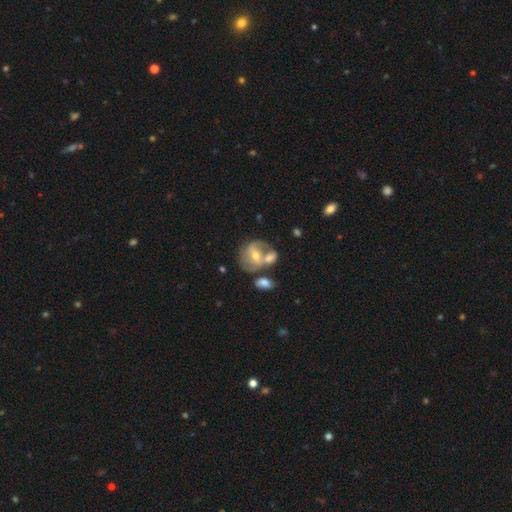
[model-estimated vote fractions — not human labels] This is likely a featured or disk galaxy (63%). It is clearly not viewed edge-on (96%). Bar: marginally no (42%). Spiral arm pattern: likely yes (69%). Central bulge: possibly moderate (58%). Merging: marginally none (39%).